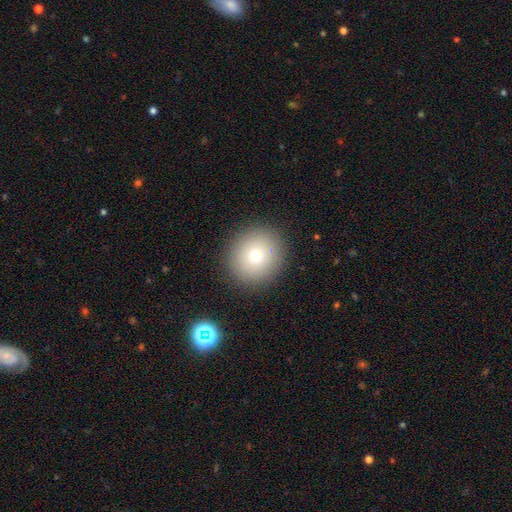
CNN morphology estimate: Overall: smooth (74%). How rounded: round (90%). Merging: none (90%).